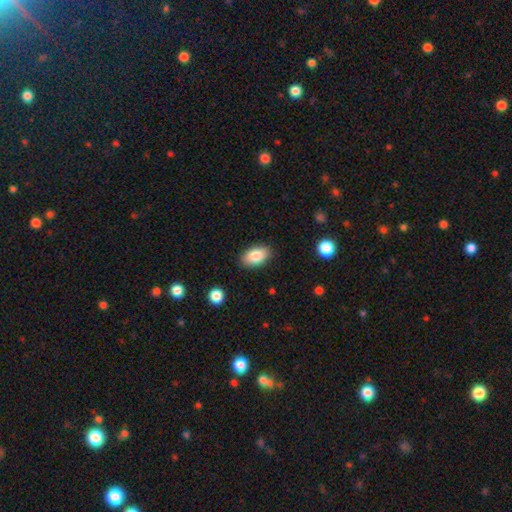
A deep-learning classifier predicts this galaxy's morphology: Smooth or featured: smooth — 85% (featured or disk — 8%)
How rounded: in between — 93% (round — 6%)
Merging: none — 86% (minor disturbance — 10%)